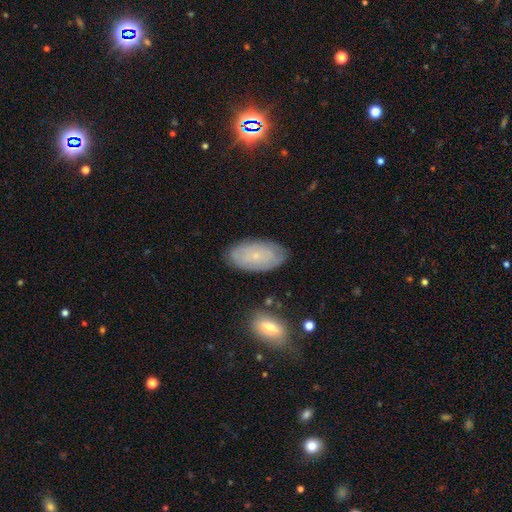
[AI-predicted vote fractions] smooth 50%, featured or disk 41%, star or artifact 9%. Down the decision tree: how rounded — in between (94%); merging — none (81%).